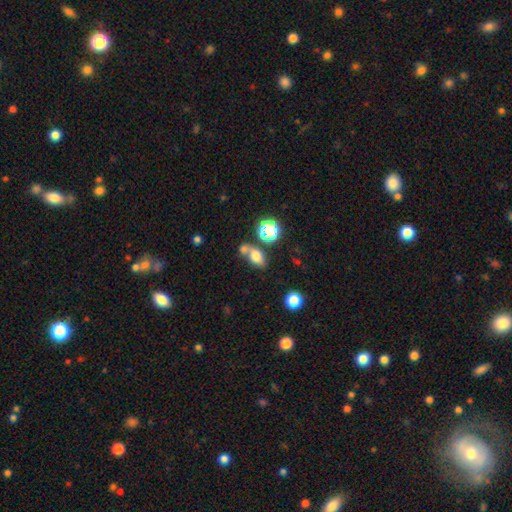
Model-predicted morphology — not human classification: A smooth galaxy with no disk features (72%) that is in between round and cigar-shaped (75%).

Vote fractions:
- Smooth or featured? smooth: 72% / star or artifact: 16% / featured or disk: 12%
- How rounded? in between: 75% / round: 23% / cigar-shaped: 3%
- Merging? none: 43% / merger: 37% / minor disturbance: 13% / major disturbance: 7%